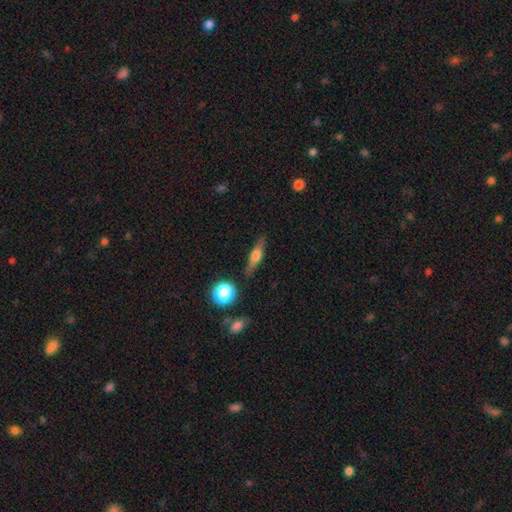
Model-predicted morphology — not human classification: type=featured or disk (53%); edge-on=yes (94%); edge-on bulge=rounded (88%); merging=none (85%).